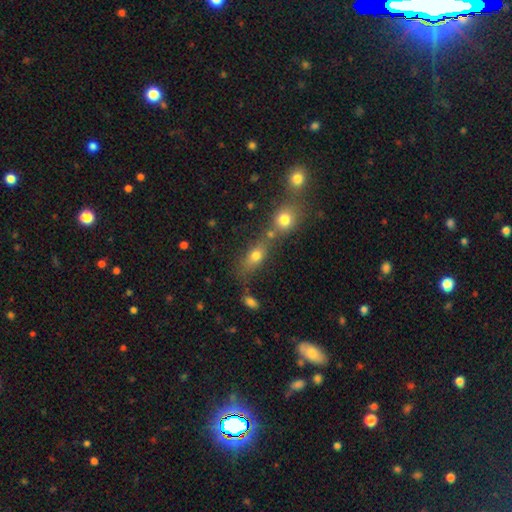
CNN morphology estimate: smooth 72%, featured or disk 15%, star or artifact 14%. Down the decision tree: how rounded — in between (59%); merging — merger (46%).